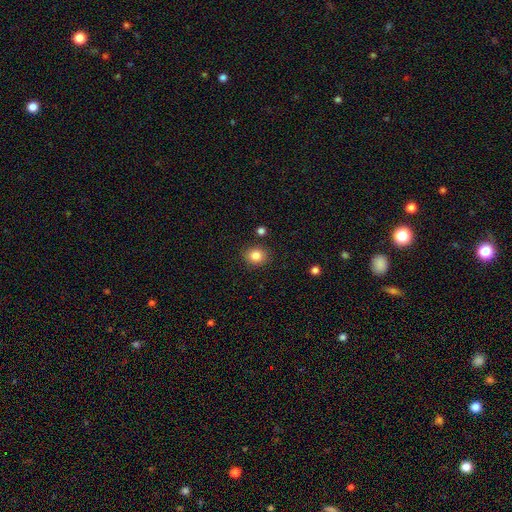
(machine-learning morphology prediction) Overall: smooth (84%). How rounded: round (73%). Merging: none (86%).